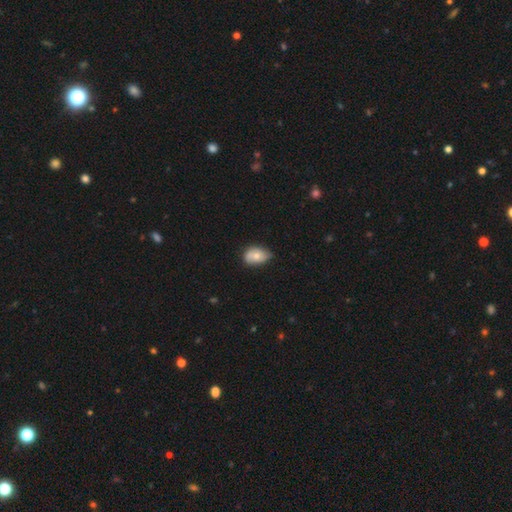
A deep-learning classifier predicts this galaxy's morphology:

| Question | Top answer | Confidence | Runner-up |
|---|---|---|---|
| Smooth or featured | smooth | 70% | featured or disk (23%) |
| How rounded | in between | 82% | round (17%) |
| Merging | none | 53% | minor disturbance (39%) |